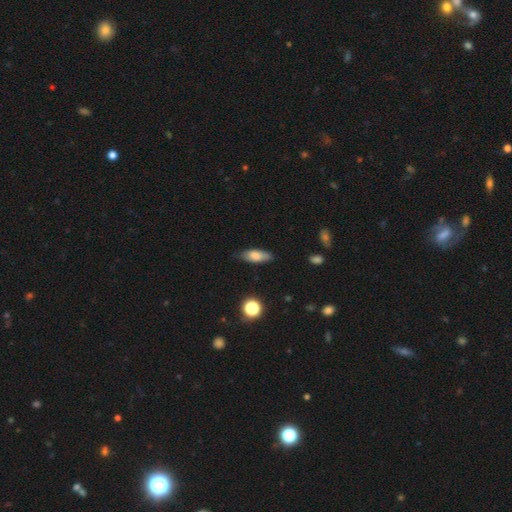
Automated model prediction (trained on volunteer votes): Morphology: type=smooth (77%); roundness=in between (72%); merging=none (79%).